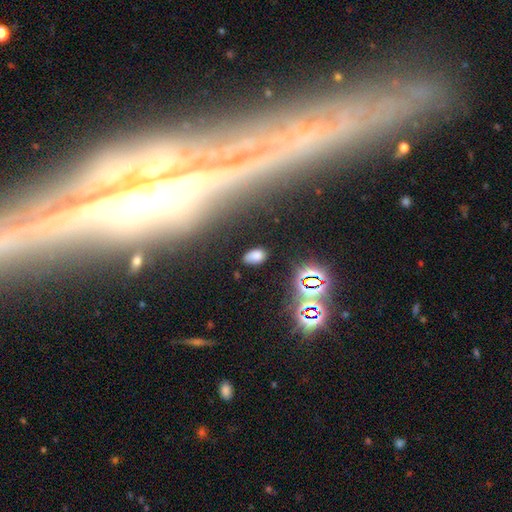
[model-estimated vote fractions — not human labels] A smooth galaxy with no disk features (72%) that is in between round and cigar-shaped (92%). Merging: none (80%).